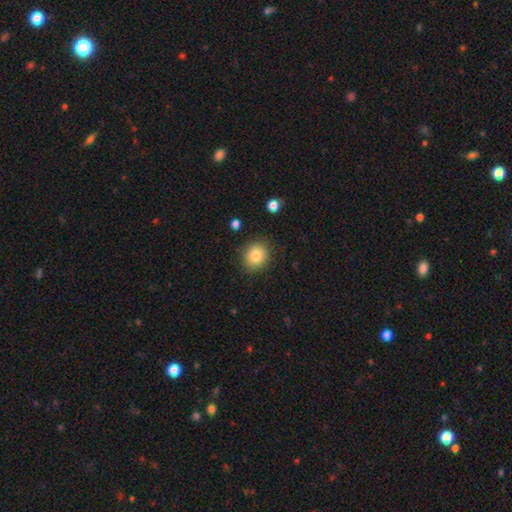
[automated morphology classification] smooth_or_featured: smooth (p=0.83) [alt: star or artifact p=0.09]
how_rounded: round (p=0.71) [alt: in between p=0.28]
merging: none (p=0.86) [alt: minor disturbance p=0.10]